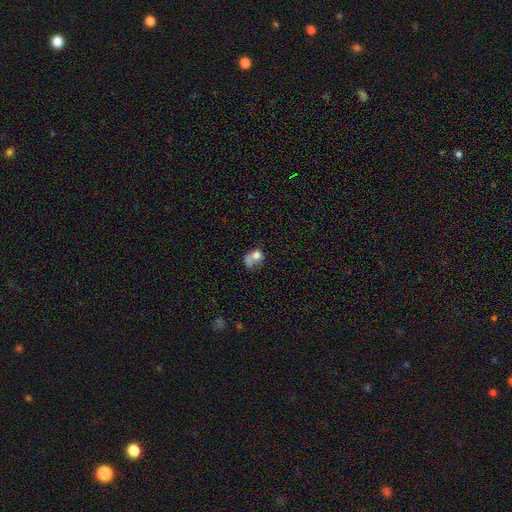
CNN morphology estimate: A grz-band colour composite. It shows a smooth galaxy with no disk features (67%) that is in between round and cigar-shaped (55%). Merging: major disturbance (35%).